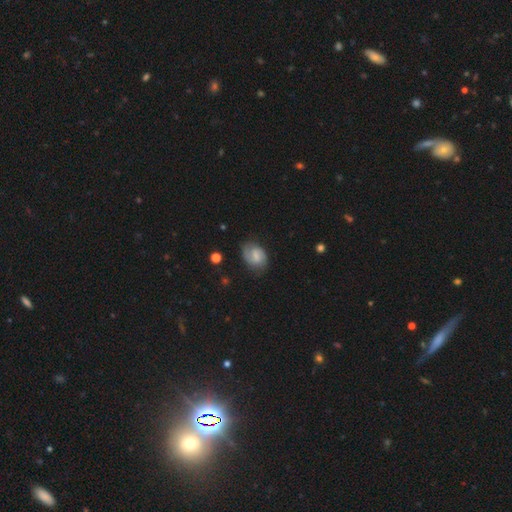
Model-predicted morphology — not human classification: Overall: featured or disk (54%; smooth 38%). Edge-on disk: no (97%). Bar: weak (55%; no 29%). Spiral arms: yes (88%). Bulge size: small (39%; none 30%). Merging: none (69%).